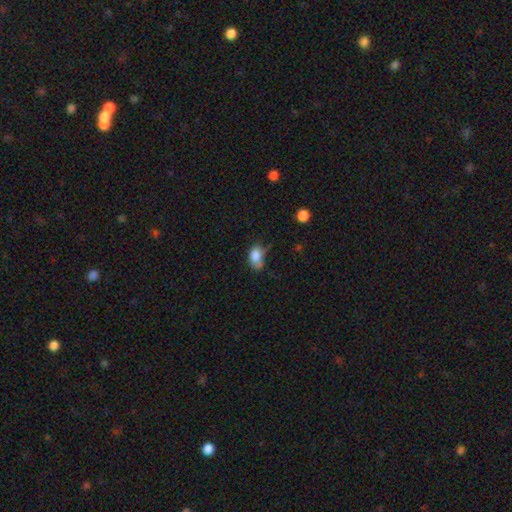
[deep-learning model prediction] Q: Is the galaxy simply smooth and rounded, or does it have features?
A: smooth — 81%.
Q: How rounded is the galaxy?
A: in between — 80%.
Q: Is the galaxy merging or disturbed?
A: none — 37%.